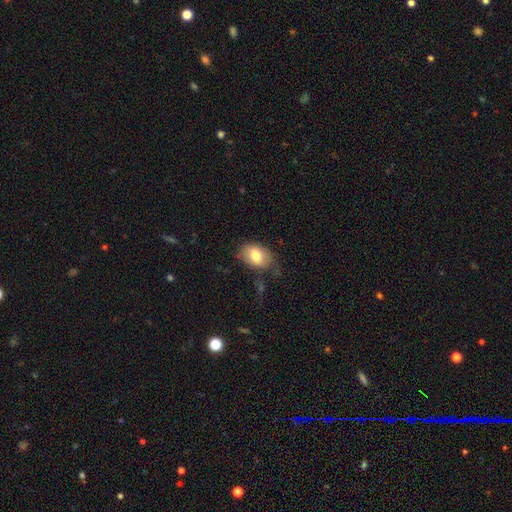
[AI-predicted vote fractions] Smooth or featured? Predicted: smooth (p=0.78). How rounded? Predicted: in between (p=0.82). Merging? Predicted: none (p=0.60).